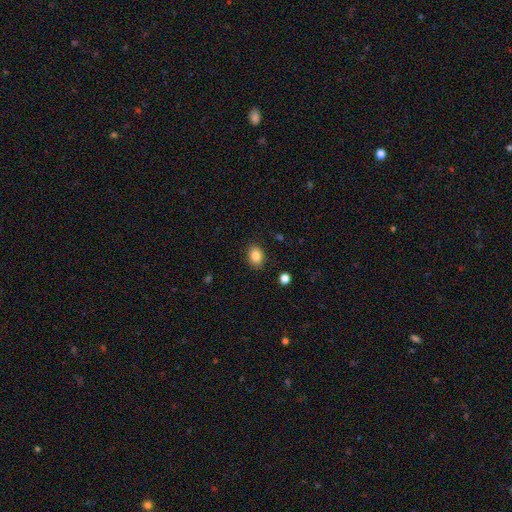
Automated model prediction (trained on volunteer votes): smooth-or-featured: smooth: 85% | star or artifact: 9% | featured or disk: 6%
  how-rounded: in between: 65% | round: 34% | cigar-shaped: 1%
  merging: none: 86% | minor disturbance: 9% | major disturbance: 3% | merger: 1%